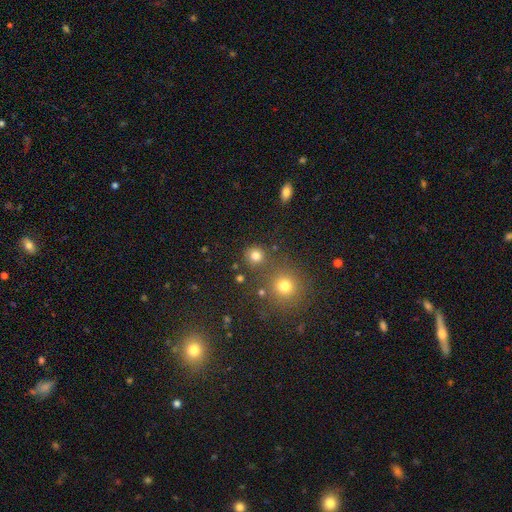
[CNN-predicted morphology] Smooth or featured: smooth — 79% (star or artifact — 16%)
How rounded: round — 91% (in between — 8%)
Merging: none — 79% (merger — 10%)